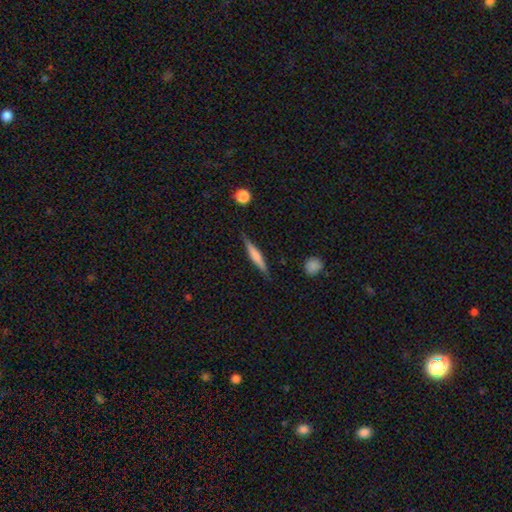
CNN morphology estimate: smooth-or-featured: smooth: 50% | featured or disk: 44% | star or artifact: 6%
  merging: none: 85% | minor disturbance: 11% | major disturbance: 2% | merger: 2%